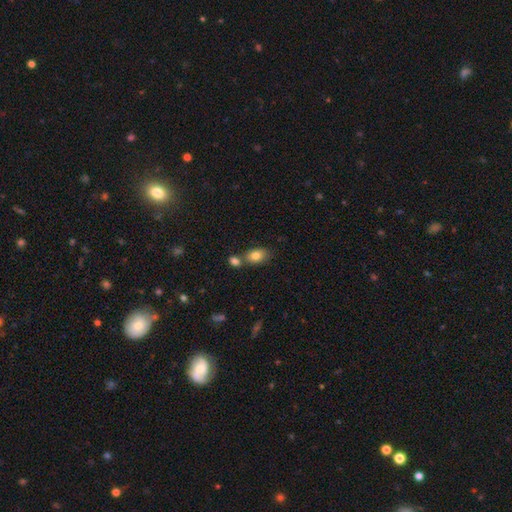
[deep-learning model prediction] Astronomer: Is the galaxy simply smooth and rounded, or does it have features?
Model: smooth — 82%.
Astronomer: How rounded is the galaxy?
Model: in between — 81%.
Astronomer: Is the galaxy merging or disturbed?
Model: none — 57%.